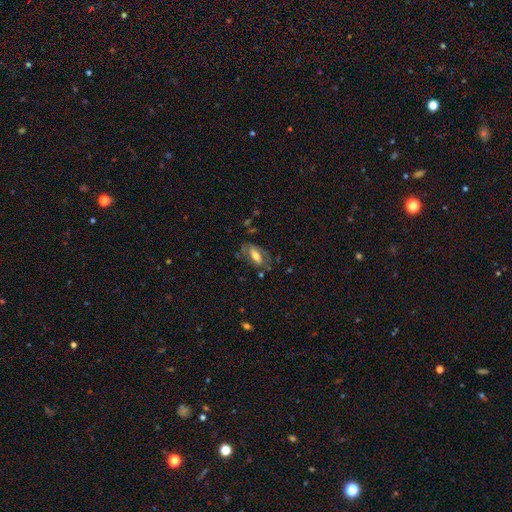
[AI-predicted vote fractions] smooth_or_featured: featured or disk (p=0.48) [alt: smooth p=0.45]
merging: none (p=0.60) [alt: minor disturbance p=0.23]